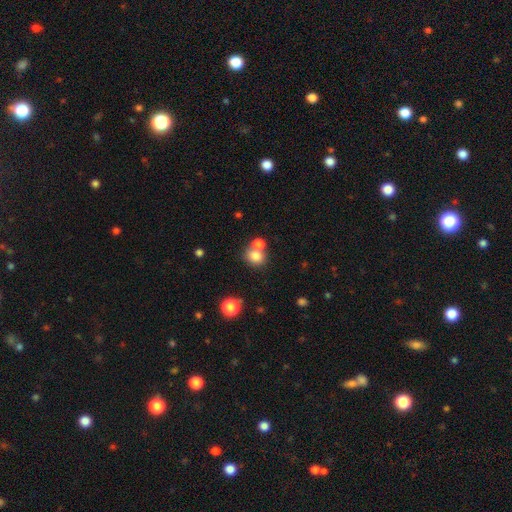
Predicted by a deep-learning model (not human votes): A smooth galaxy with no disk features (79%) that is round (61%). Merging: none (48%).